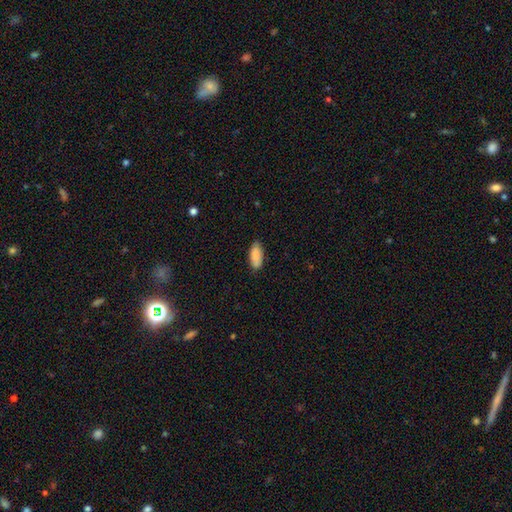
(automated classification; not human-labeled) Smooth or featured? Predicted: smooth (p=0.89). How rounded? Predicted: in between (p=0.84). Merging? Predicted: none (p=0.83).